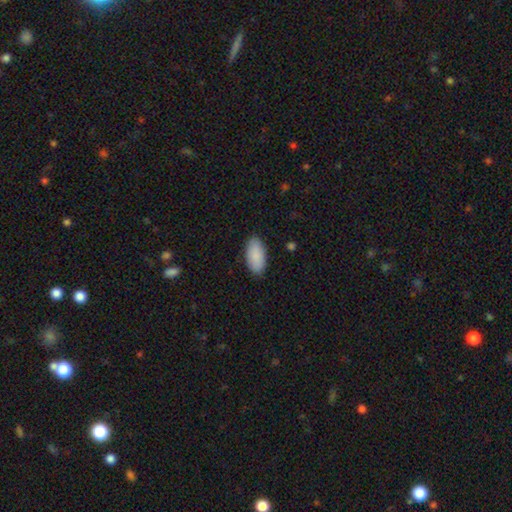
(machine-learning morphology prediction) The model was most divided on "merging": none: 88%, minor disturbance: 9%, major disturbance: 2%, merger: 1%. More confident: how rounded — in between (94%); smooth or featured — smooth (89%).